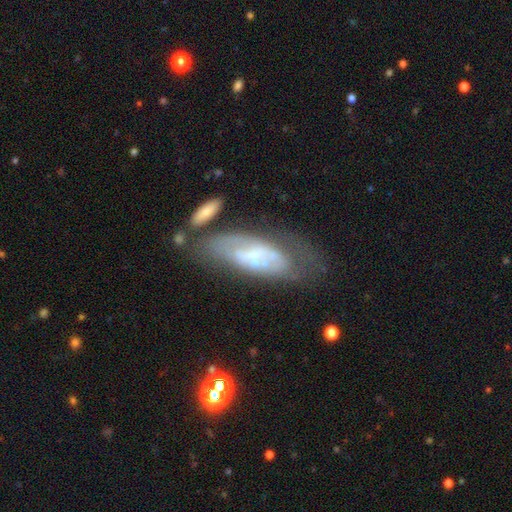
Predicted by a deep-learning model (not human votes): smooth-or-featured: featured or disk: 60% | smooth: 32% | star or artifact: 8%
  disk-edge-on: no: 78% | yes: 22%
  merging: none: 47% | minor disturbance: 24% | major disturbance: 17% | merger: 12%